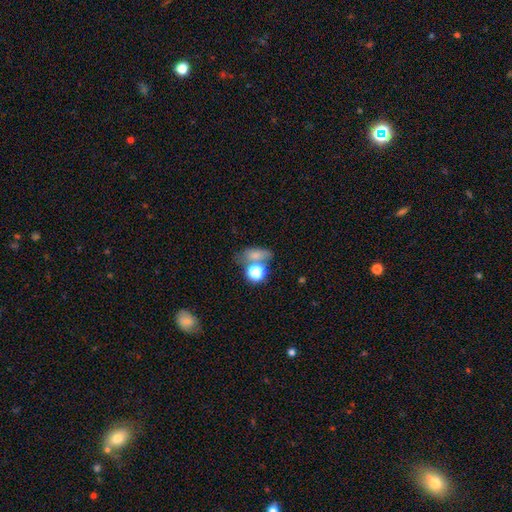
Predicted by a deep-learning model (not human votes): Overall: smooth (68%). How rounded: in between (61%; round 31%). Merging: none (43%; merger 32%).